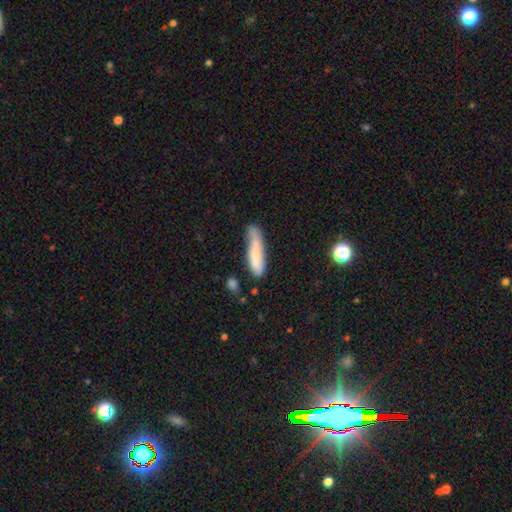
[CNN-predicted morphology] Smooth or featured?
  - smooth: 73% *
  - featured or disk: 20%
  - star or artifact: 7%
How rounded?
  - cigar-shaped: 77% *
  - in between: 21%
  - round: 2%
Merging?
  - none: 47% *
  - minor disturbance: 32%
  - major disturbance: 13%
  - merger: 8%